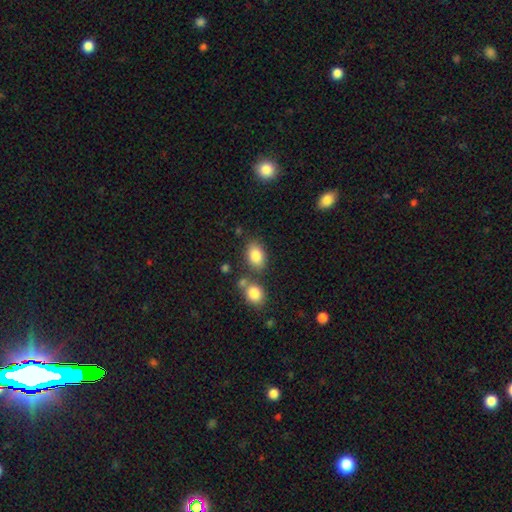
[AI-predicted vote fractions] Smooth or featured? smooth (84%)
How rounded? in between (82%)
Merging? none (69%)